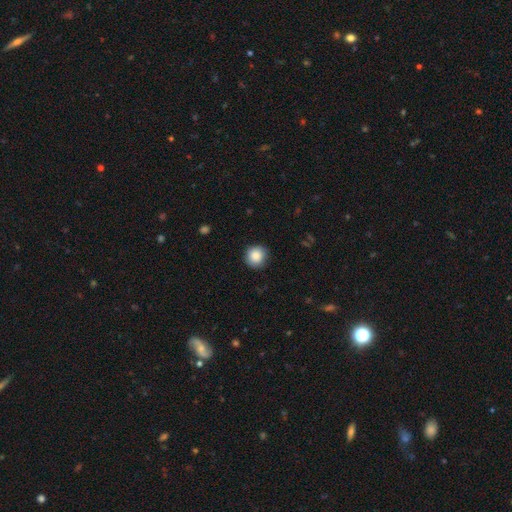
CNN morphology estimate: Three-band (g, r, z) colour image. It shows a smooth galaxy with no disk features (87%) that is round (93%). Merging: none (88%).